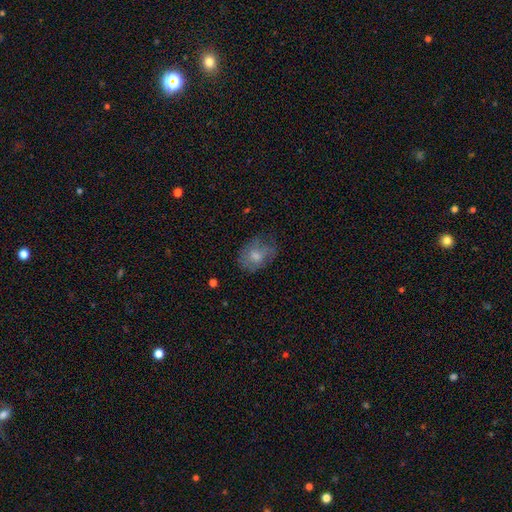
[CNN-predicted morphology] This appears to be a smooth galaxy with no disk features (55%) that is in between round and cigar-shaped (62%). Merging: none (63%).